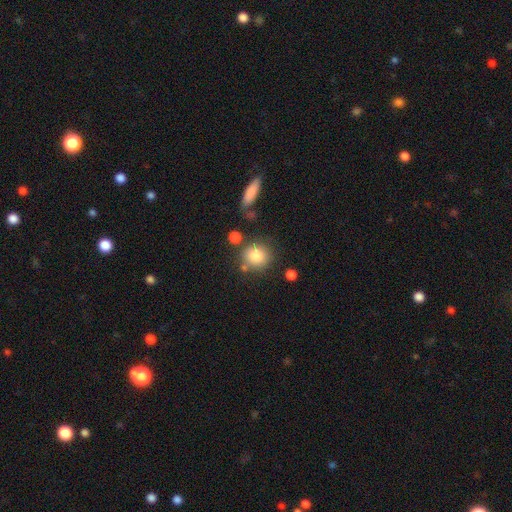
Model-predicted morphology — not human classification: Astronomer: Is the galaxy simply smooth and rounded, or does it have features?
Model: smooth — 83%.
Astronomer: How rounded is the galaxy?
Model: round — 83%.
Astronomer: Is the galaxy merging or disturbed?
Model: none — 71%.